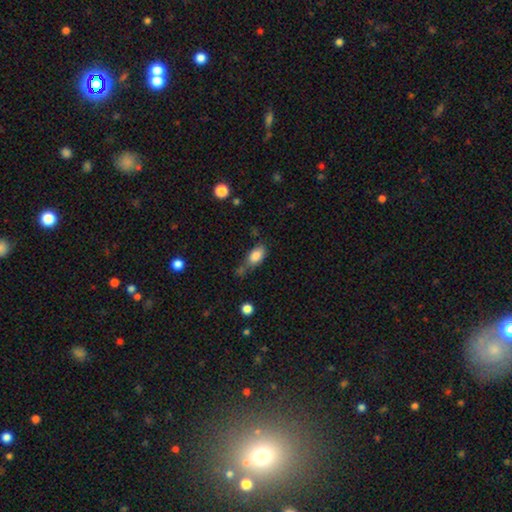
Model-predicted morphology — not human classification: type=smooth (84%); roundness=in between (89%); merging=none (48%).